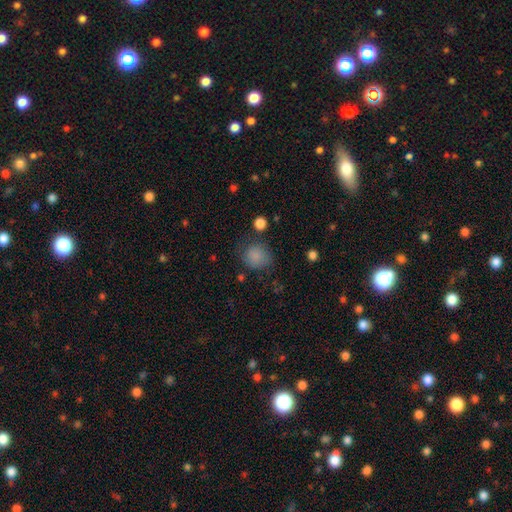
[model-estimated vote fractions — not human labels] This appears to be a smooth galaxy with no disk features (84%) that is round (76%). Merging: none (70%).